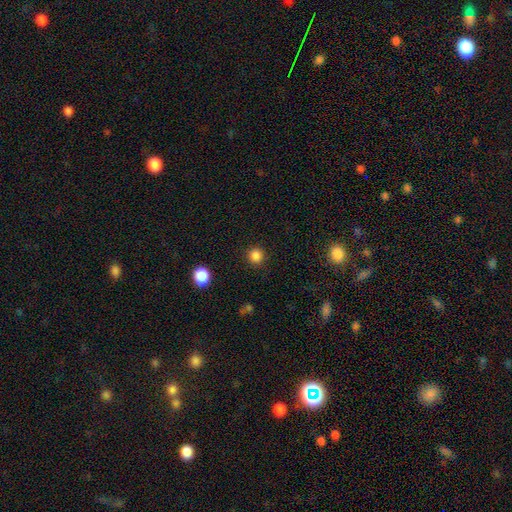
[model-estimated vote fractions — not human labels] Morphology: type=smooth (84%); roundness=round (93%); merging=none (90%).